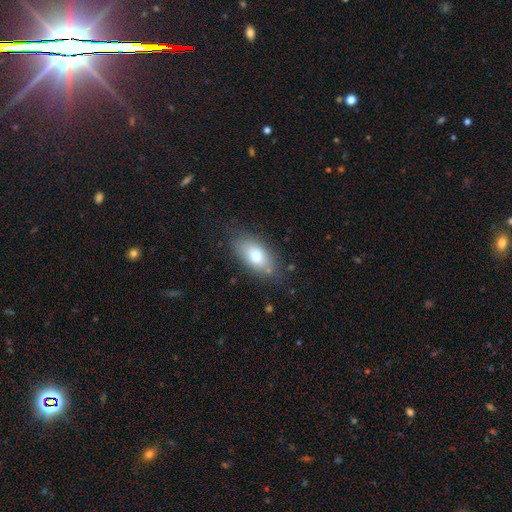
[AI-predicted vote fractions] smooth 75%, featured or disk 17%, star or artifact 8%. Down the decision tree: how rounded — in between (88%); merging — none (76%).